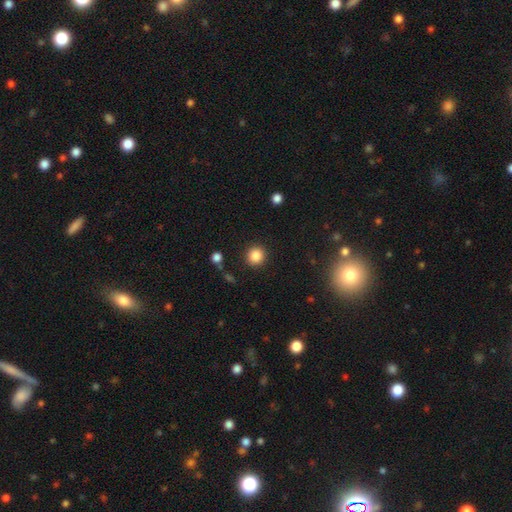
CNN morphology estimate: A smooth galaxy with no disk features (85%) that is round (93%). Merging: none (90%).